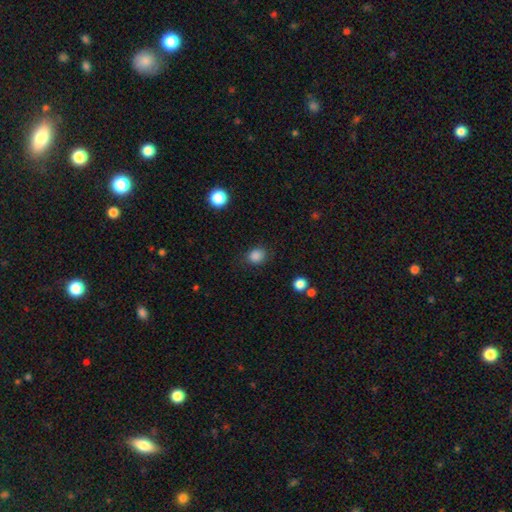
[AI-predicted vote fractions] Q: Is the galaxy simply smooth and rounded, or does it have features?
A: smooth — 86%.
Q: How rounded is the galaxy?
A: round — 71%.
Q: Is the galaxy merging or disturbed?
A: none — 81%.